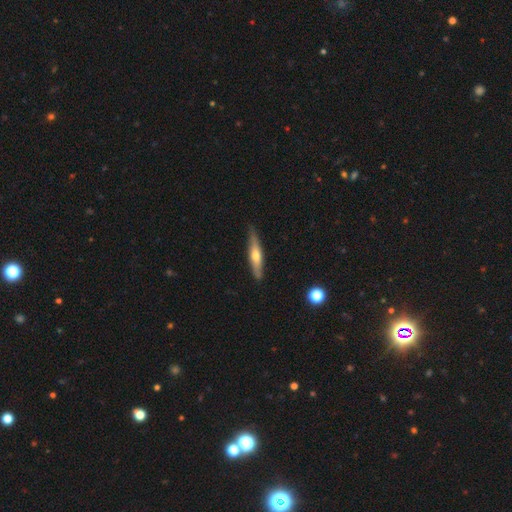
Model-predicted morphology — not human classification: Smooth or featured? Predicted: smooth (p=0.49). Merging? Predicted: none (p=0.79).